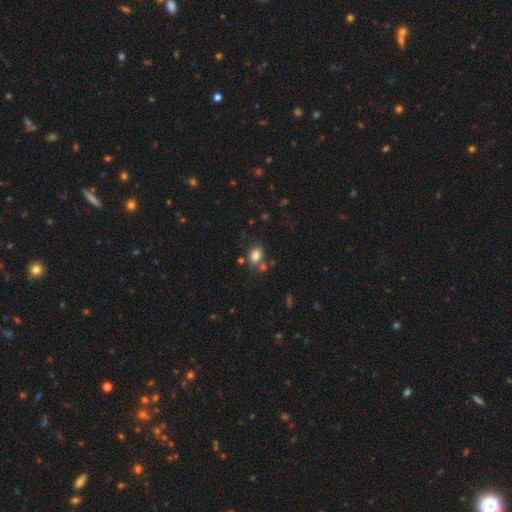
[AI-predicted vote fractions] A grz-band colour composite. It shows a smooth galaxy with no disk features (81%) that is in between round and cigar-shaped (72%). Merging: none (64%).